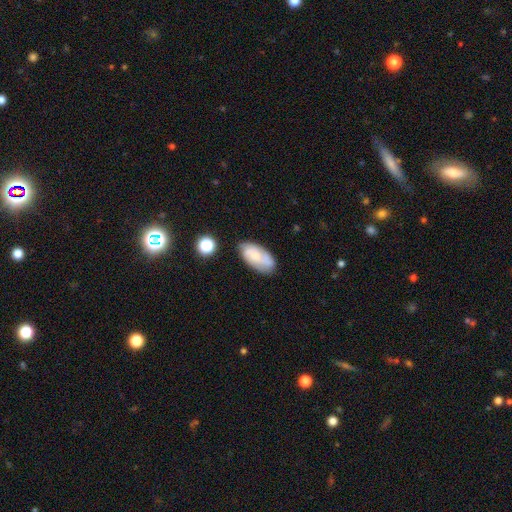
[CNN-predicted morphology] Smooth or featured? Predicted: smooth (p=0.46, tied with featured or disk). Merging? Predicted: none (p=0.68).